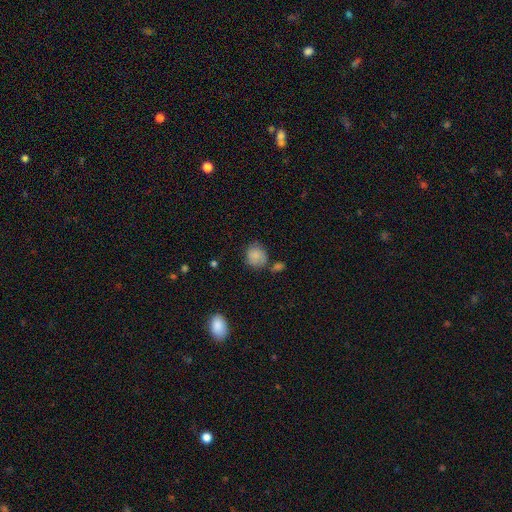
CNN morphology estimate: Smooth or featured: smooth — 83% (featured or disk — 9%)
How rounded: round — 74% (in between — 25%)
Merging: none — 59% (minor disturbance — 23%)